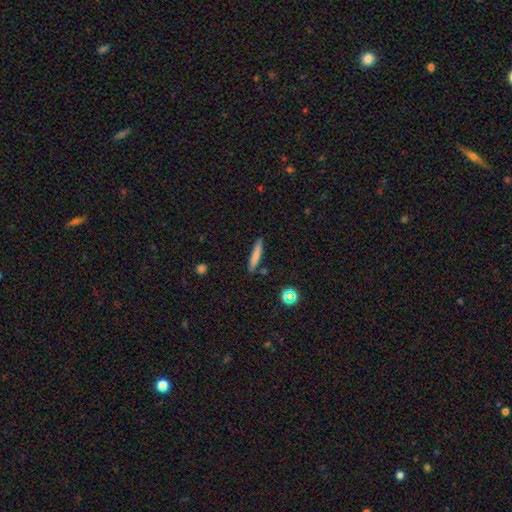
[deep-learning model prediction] This is likely a smooth galaxy (77%). How rounded: clearly cigar-shaped (91%). Merging: clearly none (85%).